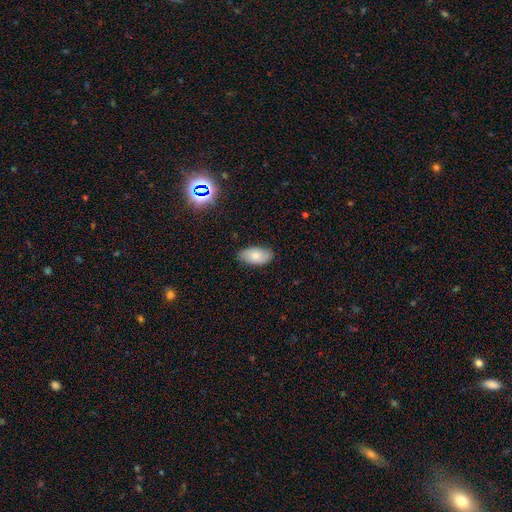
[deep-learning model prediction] Smooth or featured? Predicted: smooth (p=0.76). How rounded? Predicted: in between (p=0.94). Merging? Predicted: none (p=0.82).